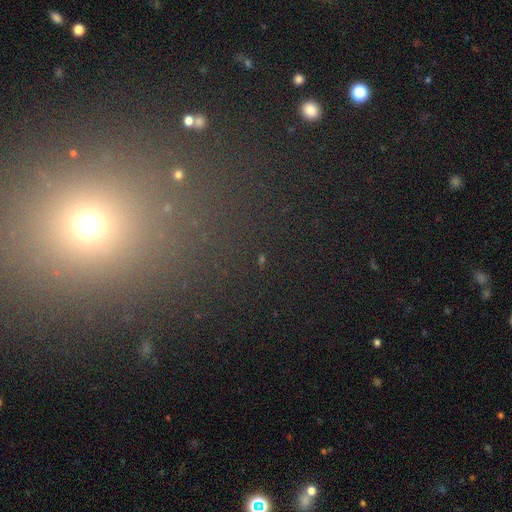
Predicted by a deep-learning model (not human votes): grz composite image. It shows a star or artifact, not a galaxy (49%).